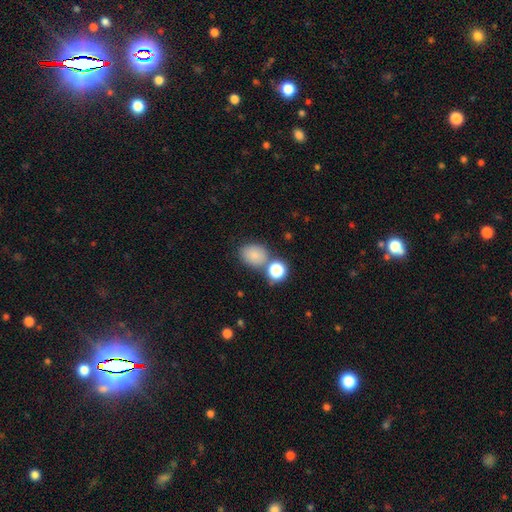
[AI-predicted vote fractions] smooth_or_featured: smooth (p=0.79) [alt: star or artifact p=0.12]
how_rounded: in between (p=0.51) [alt: round p=0.48]
merging: none (p=0.63) [alt: merger p=0.19]